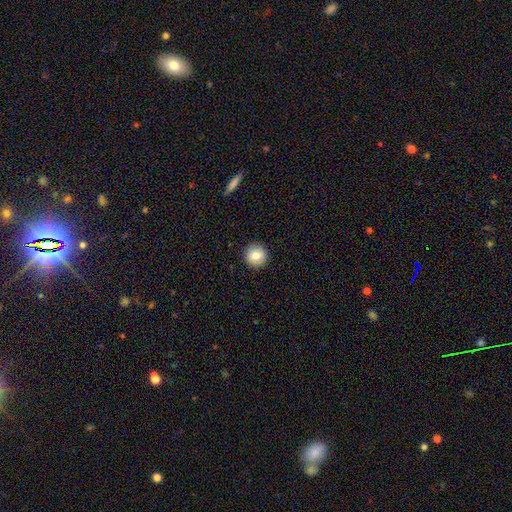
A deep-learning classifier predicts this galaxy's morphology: A smooth galaxy with no disk features (82%) that is round (94%).

Vote fractions:
- Smooth or featured? smooth: 82% / featured or disk: 9% / star or artifact: 9%
- How rounded? round: 94% / in between: 5% / cigar-shaped: 1%
- Merging? none: 91% / minor disturbance: 6% / major disturbance: 2% / merger: 1%